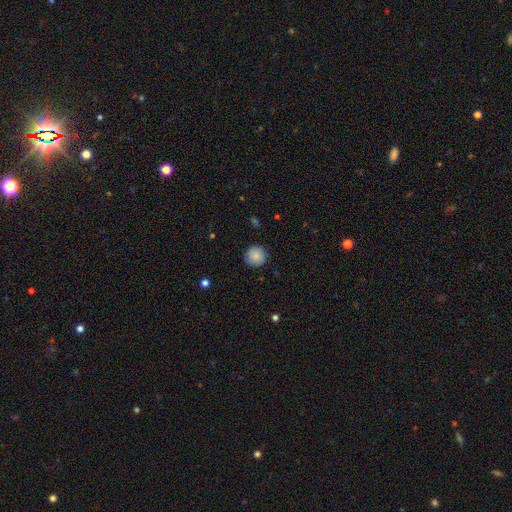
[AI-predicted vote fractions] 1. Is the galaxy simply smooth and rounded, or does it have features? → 86% smooth, 8% star or artifact, 6% featured or disk.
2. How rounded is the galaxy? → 94% round, 5% in between, 1% cigar-shaped.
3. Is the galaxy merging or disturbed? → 89% none, 8% minor disturbance, 2% major disturbance, 1% merger.